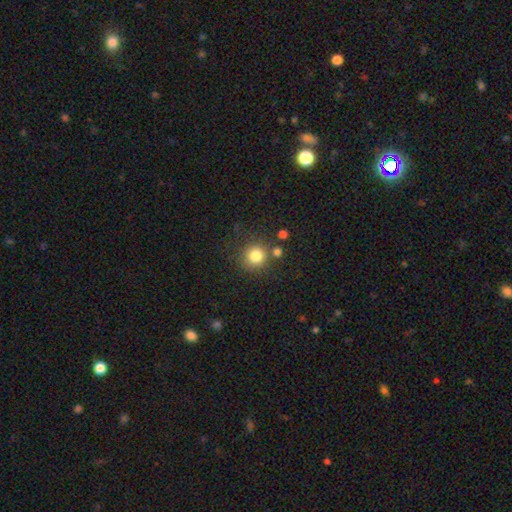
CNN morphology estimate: The model was most divided on "merging": none: 79%, minor disturbance: 9%, merger: 8%, major disturbance: 4%. More confident: how rounded — round (93%); smooth or featured — smooth (82%).